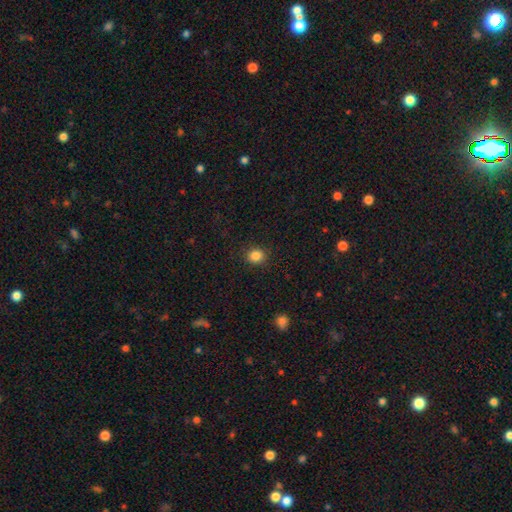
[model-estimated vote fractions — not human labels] This appears to be a smooth galaxy with no disk features (85%) that is round (81%). Merging: none (89%).